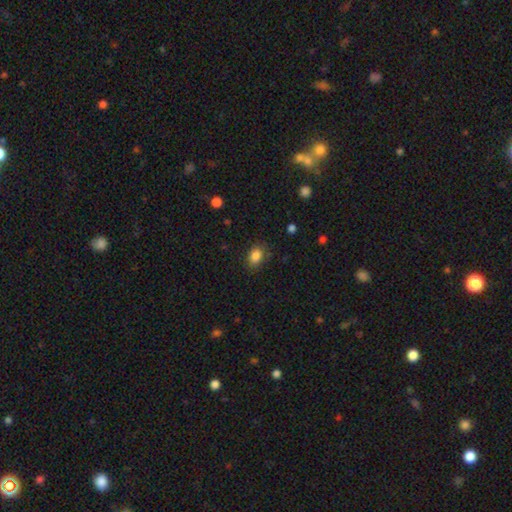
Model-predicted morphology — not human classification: smooth 86%, star or artifact 9%, featured or disk 5%. Down the decision tree: how rounded — in between (79%); merging — none (80%).